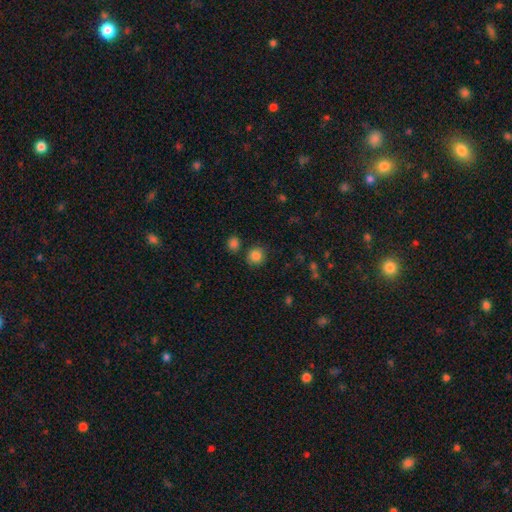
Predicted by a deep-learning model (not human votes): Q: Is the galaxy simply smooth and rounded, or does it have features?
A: smooth — 85%.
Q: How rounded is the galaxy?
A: round — 88%.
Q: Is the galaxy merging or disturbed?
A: none — 83%.